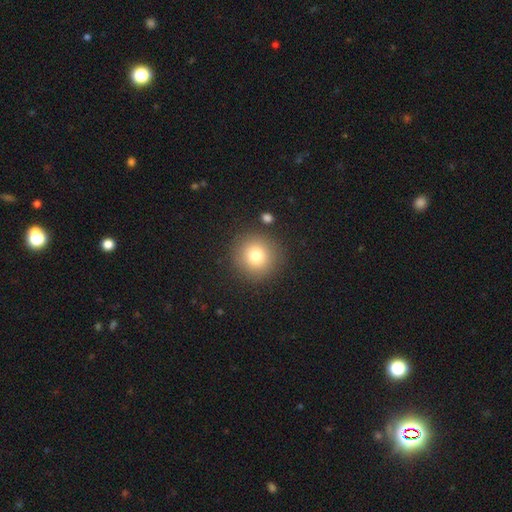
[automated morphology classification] smooth-or-featured: smooth: 79% | star or artifact: 12% | featured or disk: 10%
  how-rounded: round: 94% | in between: 5% | cigar-shaped: 1%
  merging: none: 87% | minor disturbance: 7% | major disturbance: 3% | merger: 3%